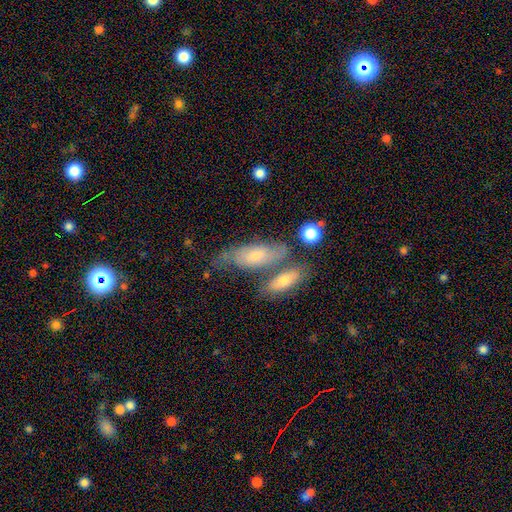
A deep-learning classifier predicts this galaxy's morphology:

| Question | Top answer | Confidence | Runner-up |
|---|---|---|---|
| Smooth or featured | smooth | 48% | featured or disk (45%) |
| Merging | none | 44% | merger (29%) |